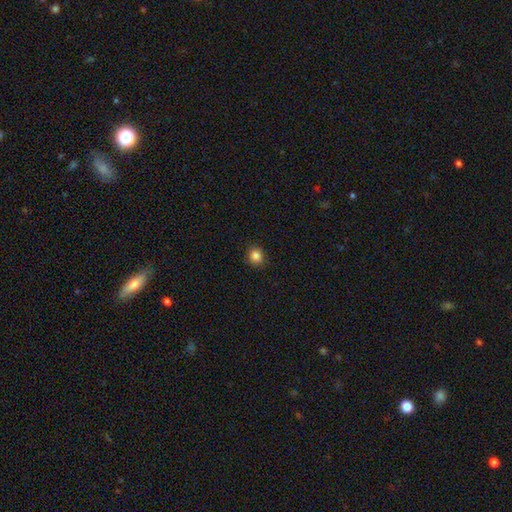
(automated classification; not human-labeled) Smooth or featured?
  - smooth: 85% *
  - star or artifact: 11%
  - featured or disk: 4%
How rounded?
  - round: 83% *
  - in between: 16%
  - cigar-shaped: 1%
Merging?
  - none: 89% *
  - minor disturbance: 8%
  - major disturbance: 2%
  - merger: 1%